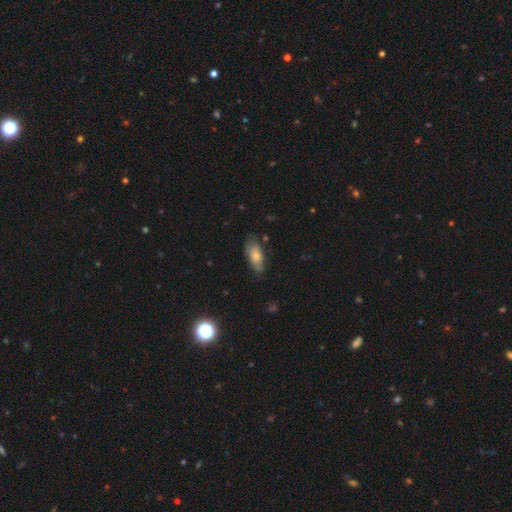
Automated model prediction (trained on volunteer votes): smooth_or_featured: smooth (p=0.68) [alt: featured or disk p=0.24]
how_rounded: in between (p=0.82) [alt: cigar-shaped p=0.15]
merging: none (p=0.62) [alt: minor disturbance p=0.28]